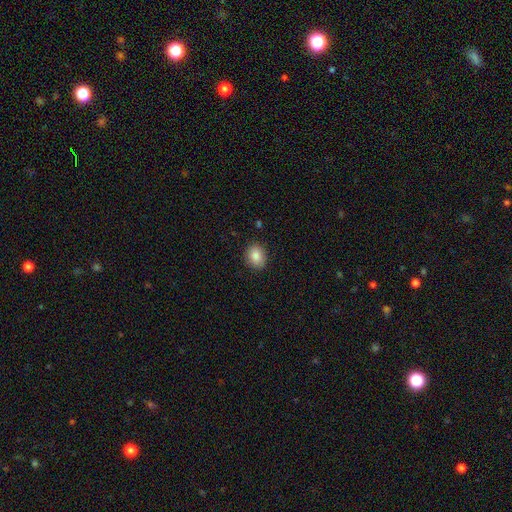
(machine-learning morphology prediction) The model was most divided on "how rounded": in between: 52%, round: 47%, cigar-shaped: 1%. More confident: merging — none (88%); smooth or featured — smooth (86%).